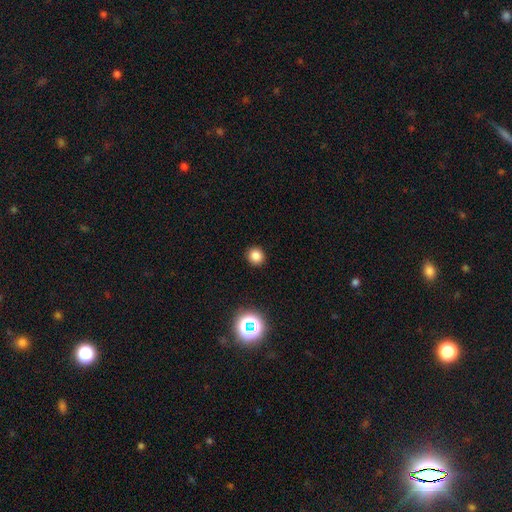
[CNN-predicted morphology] Smooth or featured? Predicted: smooth (p=0.81). How rounded? Predicted: round (p=0.90). Merging? Predicted: none (p=0.91).